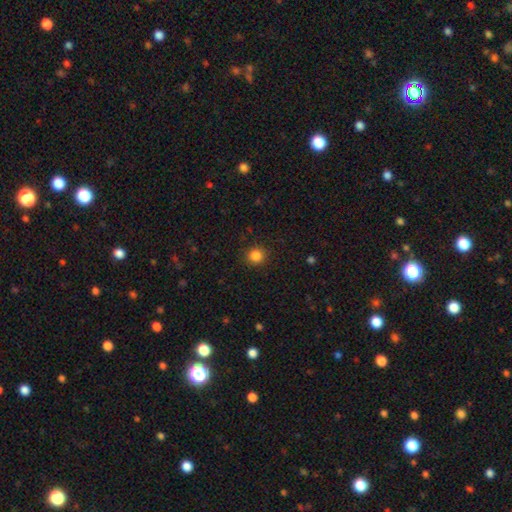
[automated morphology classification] A smooth galaxy with no disk features (85%) that is round (91%). Merging: none (91%).